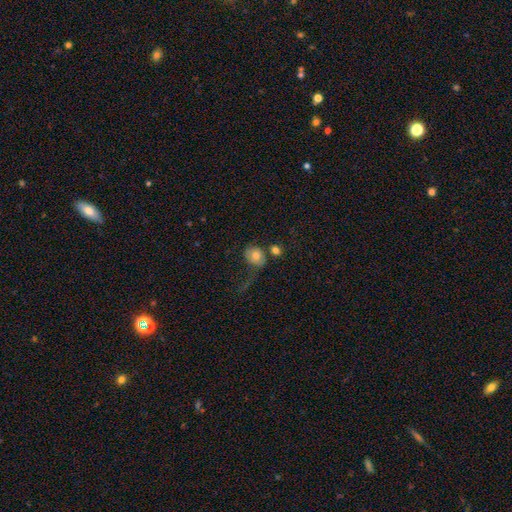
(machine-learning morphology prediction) The model was most divided on "merging": none: 41%, major disturbance: 22%, minor disturbance: 19%, merger: 18%. More confident: smooth or featured — smooth (72%); how rounded — round (65%).